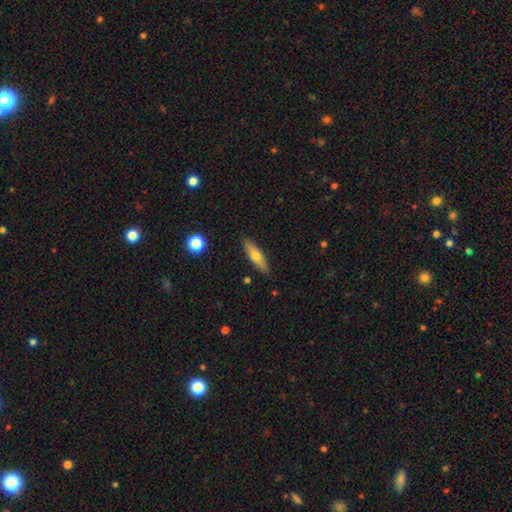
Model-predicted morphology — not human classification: smooth-or-featured: smooth: 60% | featured or disk: 34% | star or artifact: 6%
  how-rounded: cigar-shaped: 60% | in between: 38% | round: 3%
  merging: none: 87% | minor disturbance: 9% | major disturbance: 2% | merger: 2%